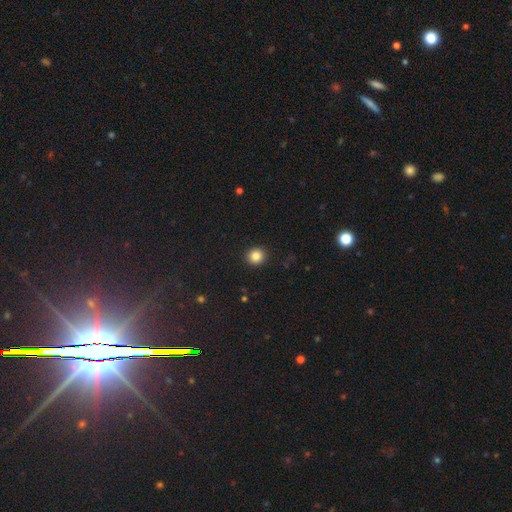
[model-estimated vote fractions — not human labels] A smooth galaxy with no disk features (85%) that is round (91%).

Vote fractions:
- Smooth or featured? smooth: 85% / star or artifact: 11% / featured or disk: 4%
- How rounded? round: 91% / in between: 8% / cigar-shaped: 1%
- Merging? none: 92% / minor disturbance: 5% / major disturbance: 2% / merger: 1%